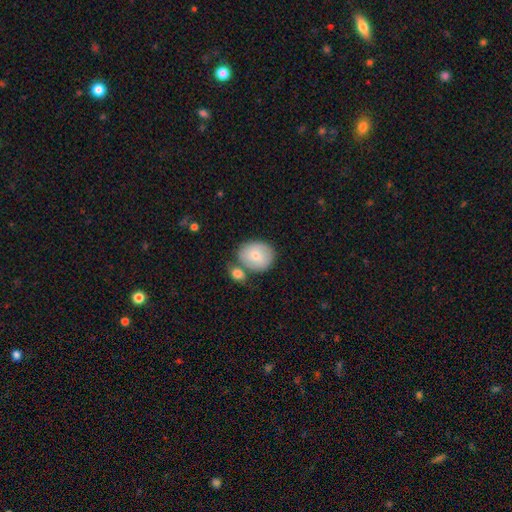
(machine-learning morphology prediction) type=smooth (73%); roundness=round (71%); merging=none (56%).